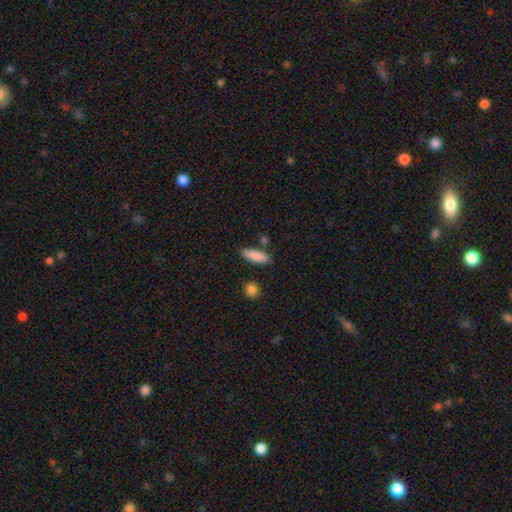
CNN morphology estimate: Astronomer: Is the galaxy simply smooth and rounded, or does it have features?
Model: smooth — 88%.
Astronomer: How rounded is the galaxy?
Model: in between — 58% (runner-up: cigar-shaped, 40%).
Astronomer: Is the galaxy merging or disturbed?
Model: none — 82%.